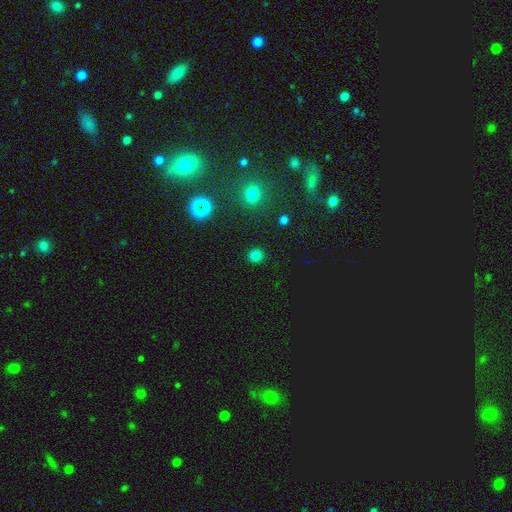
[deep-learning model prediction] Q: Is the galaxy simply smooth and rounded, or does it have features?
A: smooth — 78%.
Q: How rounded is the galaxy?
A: round — 90%.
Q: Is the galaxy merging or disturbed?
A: none — 91%.